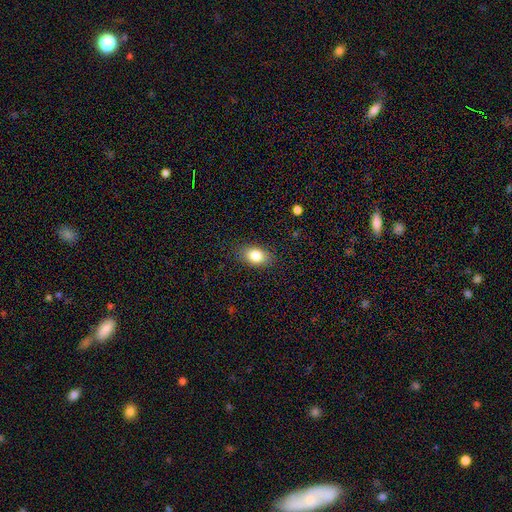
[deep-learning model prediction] Overall: smooth (83%). How rounded: in between (79%). Merging: none (84%).